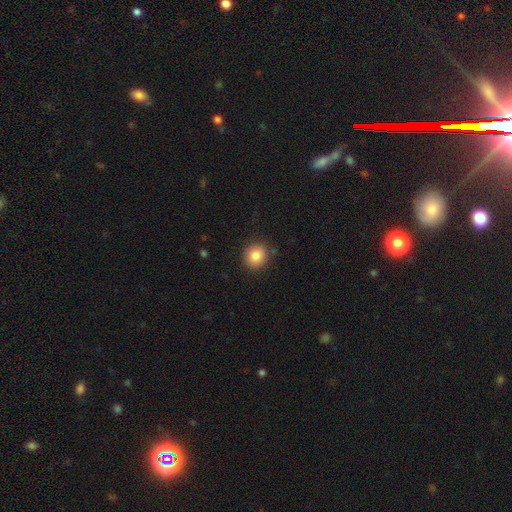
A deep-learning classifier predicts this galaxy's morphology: This appears to be a smooth galaxy with no disk features (85%) that is round (86%). Merging: none (88%).